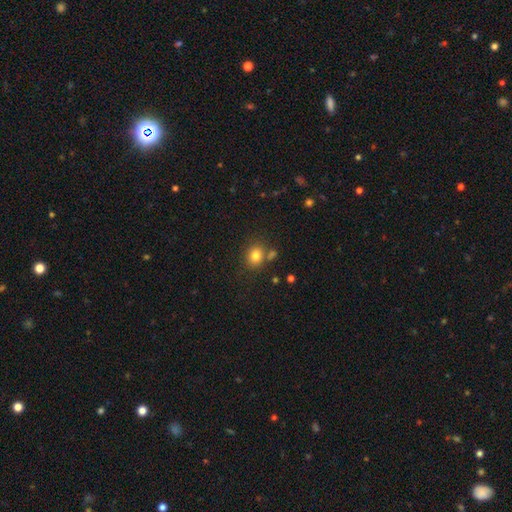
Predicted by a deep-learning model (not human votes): A smooth galaxy with no disk features (80%) that is round (64%).

Vote fractions:
- Smooth or featured? smooth: 80% / star or artifact: 12% / featured or disk: 8%
- How rounded? round: 64% / in between: 35% / cigar-shaped: 1%
- Merging? none: 71% / merger: 14% / minor disturbance: 12% / major disturbance: 4%